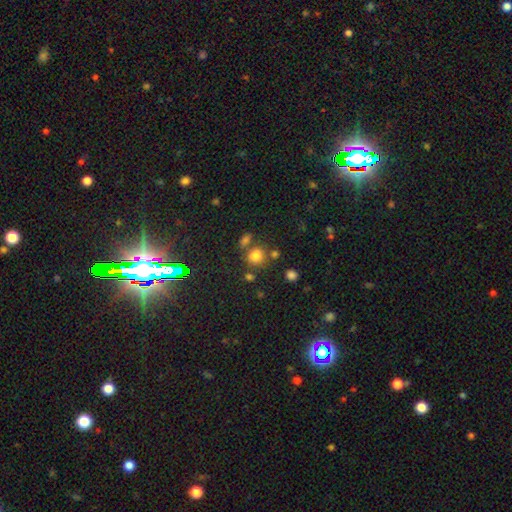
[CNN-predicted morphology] This appears to be a smooth galaxy with no disk features (76%) that is round (80%). Merging: none (65%).